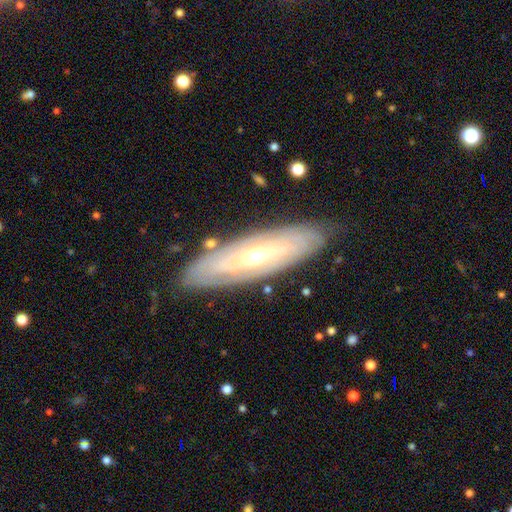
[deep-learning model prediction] featured or disk 74%, smooth 19%, star or artifact 6%. Down the decision tree: edge-on disk — no (68%); bar — no (64%); spiral arms — yes (67%); bulge size — moderate (61%); merging — none (81%).